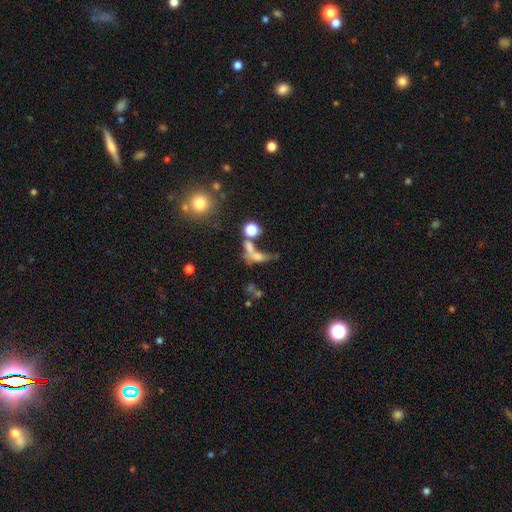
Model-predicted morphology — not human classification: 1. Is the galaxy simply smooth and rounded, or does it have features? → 50% smooth, 29% featured or disk, 21% star or artifact.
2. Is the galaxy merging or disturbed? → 45% merger, 23% none, 22% major disturbance, 10% minor disturbance.